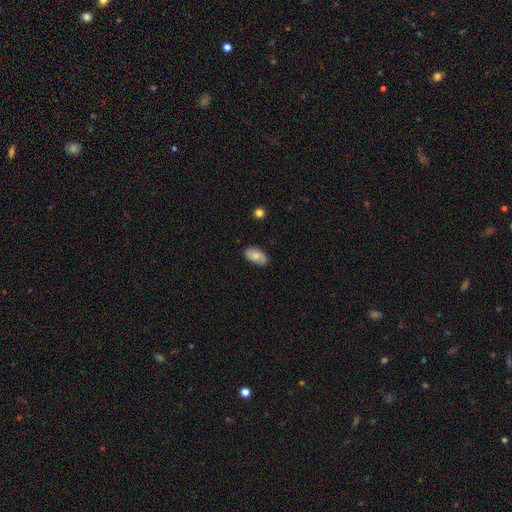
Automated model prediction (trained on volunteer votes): A smooth galaxy with no disk features (61%) that is in between round and cigar-shaped (92%).

Vote fractions:
- Smooth or featured? smooth: 61% / featured or disk: 31% / star or artifact: 8%
- How rounded? in between: 92% / round: 5% / cigar-shaped: 2%
- Merging? none: 75% / minor disturbance: 20% / major disturbance: 4% / merger: 2%